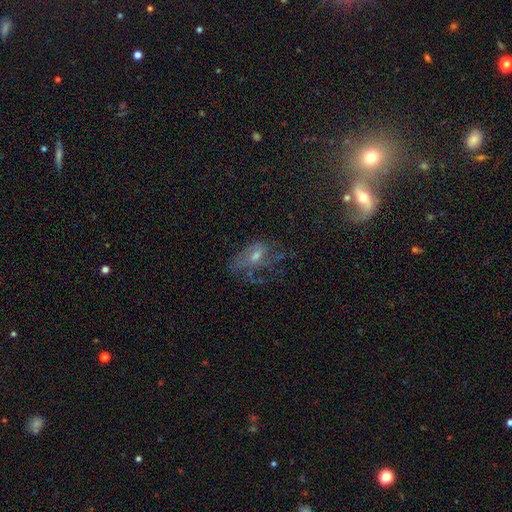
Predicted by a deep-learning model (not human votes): Overall: featured or disk (54%; smooth 26%). Edge-on disk: no (92%). Merging: none (42%; major disturbance 33%).